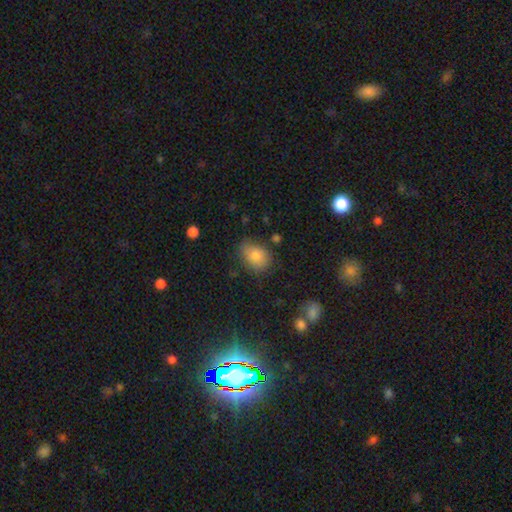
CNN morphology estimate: Q: Smooth or featured?
A: smooth (80%); runner-up: featured or disk (10%)
Q: How rounded?
A: in between (68%); runner-up: round (31%)
Q: Merging?
A: none (69%); runner-up: minor disturbance (24%)